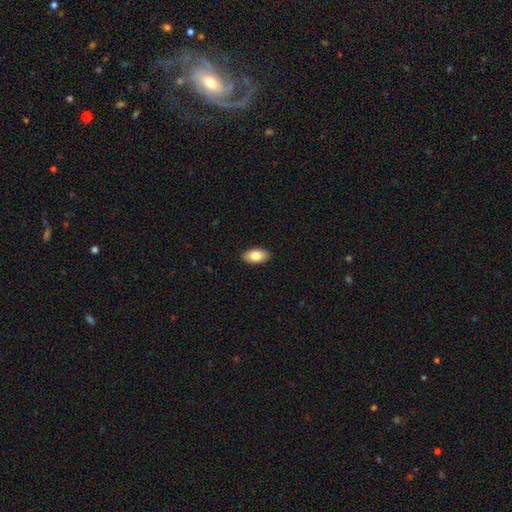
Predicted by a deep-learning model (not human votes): This is clearly a smooth galaxy (83%). How rounded: clearly in between (94%). Merging: clearly none (91%).